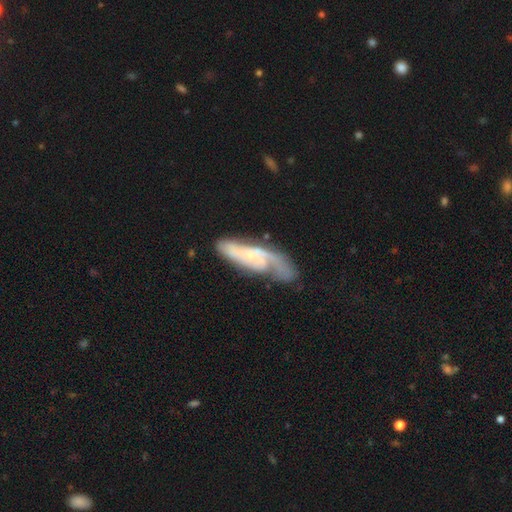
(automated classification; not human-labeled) smooth-or-featured: featured or disk: 72% | smooth: 21% | star or artifact: 7%
  disk-edge-on: no: 84% | yes: 16%
    bar: no: 62% | weak: 30% | strong: 8%
    has-spiral-arms: yes: 89% | no: 11%
      spiral-winding: medium: 41% | tight: 37% | loose: 21%
      spiral-arm-count: 2: 52% | can't tell: 22% | 1: 16% | 3: 6% | 4: 2% | more than 4: 2%
    bulge-size: small: 67% | moderate: 19% | none: 11% | large: 2% | dominant: 1%
  merging: none: 56% | minor disturbance: 25% | major disturbance: 15% | merger: 4%